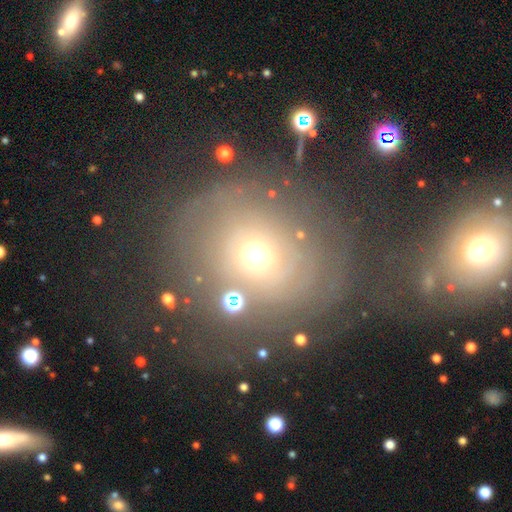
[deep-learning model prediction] Q: Smooth or featured?
A: featured or disk (44%); runner-up: smooth (38%)
Q: Merging?
A: none (59%); runner-up: major disturbance (17%)